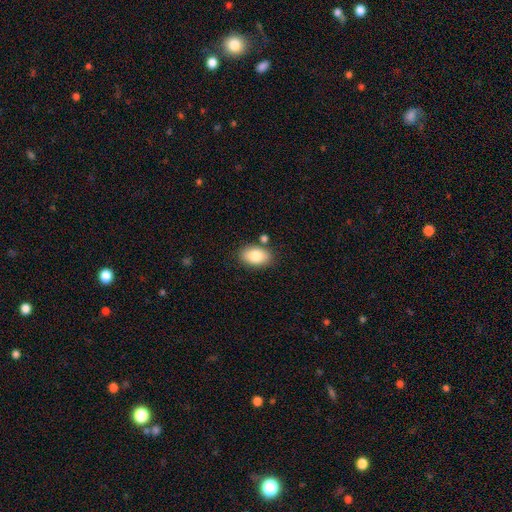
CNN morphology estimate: smooth-or-featured: smooth: 83% | featured or disk: 10% | star or artifact: 7%
  how-rounded: in between: 89% | round: 9% | cigar-shaped: 1%
  merging: none: 80% | minor disturbance: 12% | merger: 6% | major disturbance: 3%